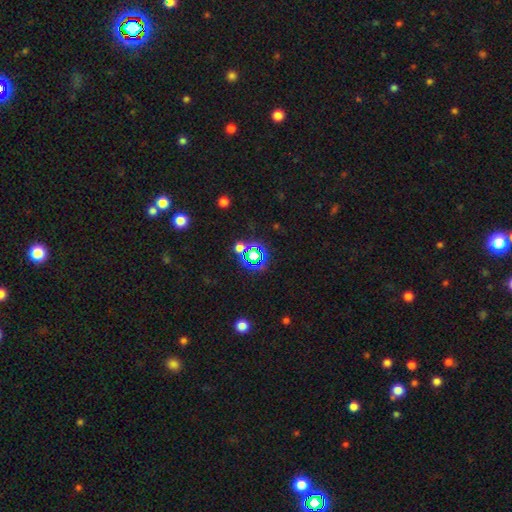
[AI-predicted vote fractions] Overall: star or artifact (69%).